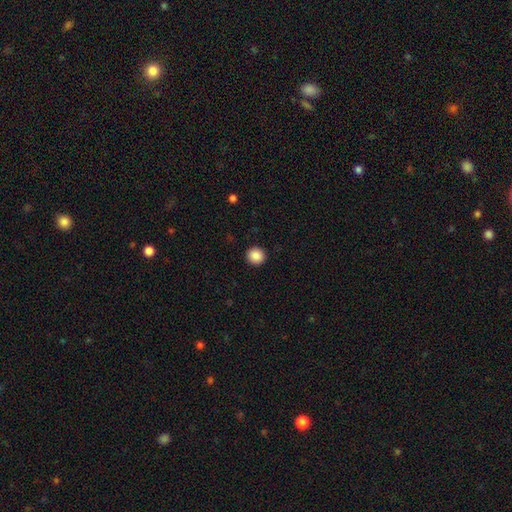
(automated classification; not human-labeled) smooth 88%, star or artifact 9%, featured or disk 3%. Down the decision tree: how rounded — round (93%); merging — none (93%).